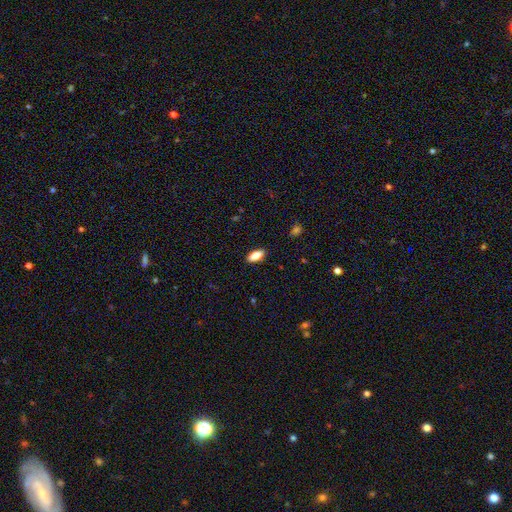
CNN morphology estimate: Smooth or featured? Predicted: smooth (p=0.86). How rounded? Predicted: in between (p=0.84). Merging? Predicted: none (p=0.89).